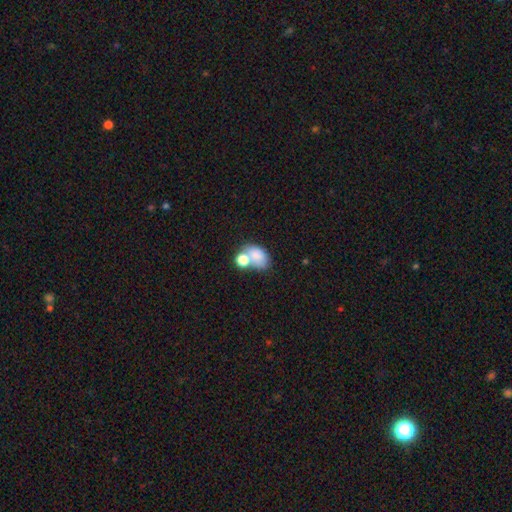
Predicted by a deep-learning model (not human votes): smooth-or-featured: smooth: 77% | featured or disk: 13% | star or artifact: 10%
  how-rounded: in between: 77% | round: 22% | cigar-shaped: 1%
  merging: merger: 45% | none: 35% | minor disturbance: 13% | major disturbance: 8%